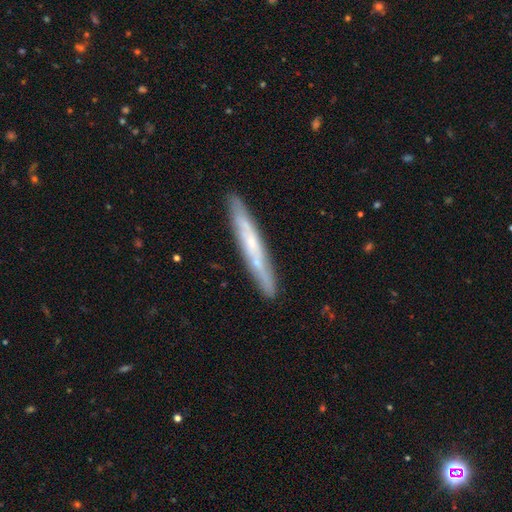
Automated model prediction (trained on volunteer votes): Morphology: type=featured or disk (55%); edge-on=yes (87%); merging=none (89%).